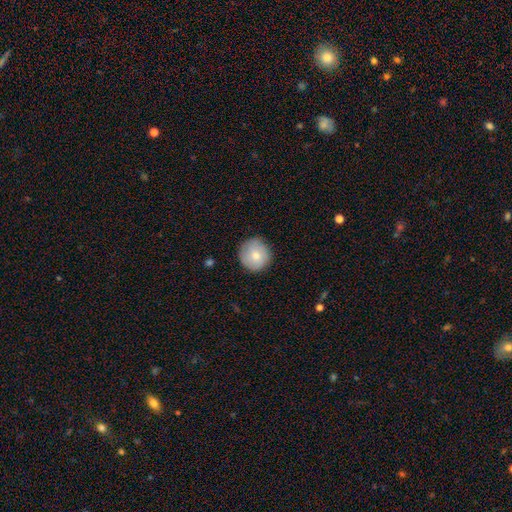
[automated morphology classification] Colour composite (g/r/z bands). It shows a smooth galaxy with no disk features (76%) that is round (95%). Merging: none (86%).